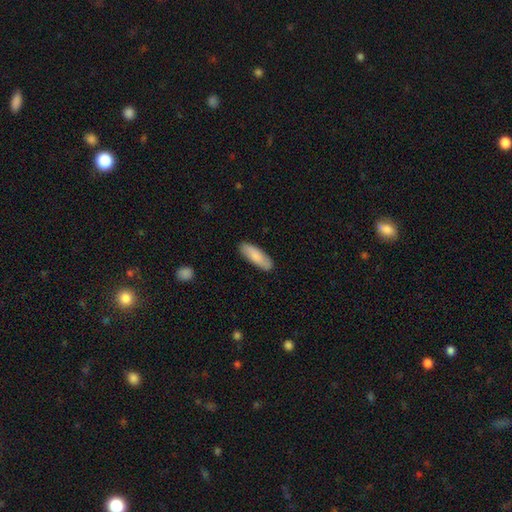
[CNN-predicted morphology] Smooth or featured? smooth (83%)
How rounded? in between (57%)
Merging? none (88%)